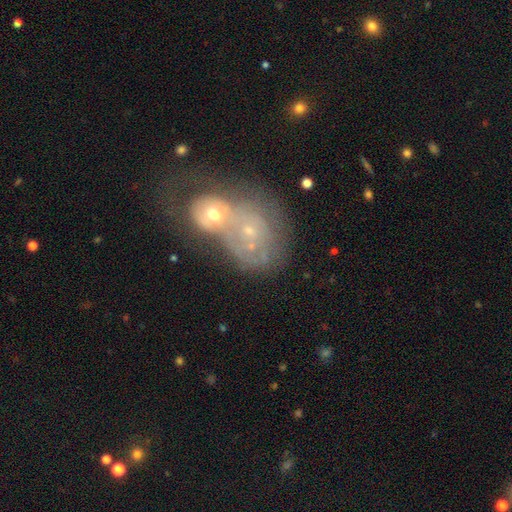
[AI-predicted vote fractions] Q: Smooth or featured?
A: featured or disk (57%); runner-up: smooth (30%)
Q: Edge-on disk?
A: no (96%); runner-up: yes (4%)
Q: Bar?
A: no (85%); runner-up: weak (12%)
Q: Spiral arms?
A: no (53%); runner-up: yes (47%)
Q: Bulge size?
A: small (62%); runner-up: moderate (27%)
Q: Merging?
A: merger (74%); runner-up: none (12%)